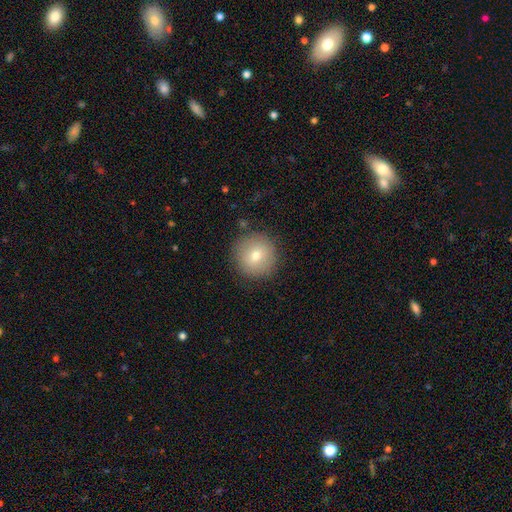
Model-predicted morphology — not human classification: Overall: smooth (73%). How rounded: round (95%). Merging: none (89%).